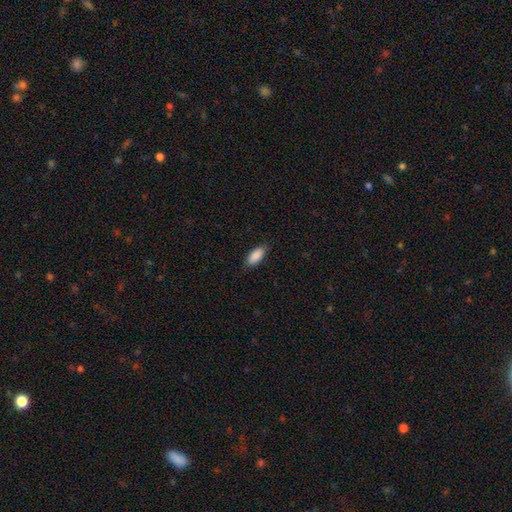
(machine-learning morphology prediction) This is clearly a smooth galaxy (89%). How rounded: clearly in between (86%). Merging: clearly none (84%).